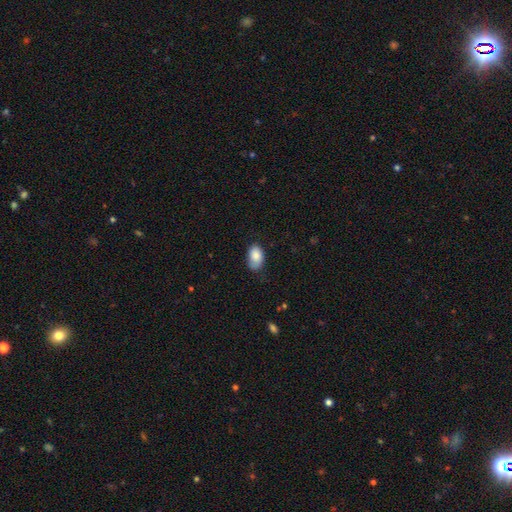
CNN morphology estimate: This is clearly a smooth galaxy (82%). How rounded: clearly in between (91%). Merging: likely none (65%).